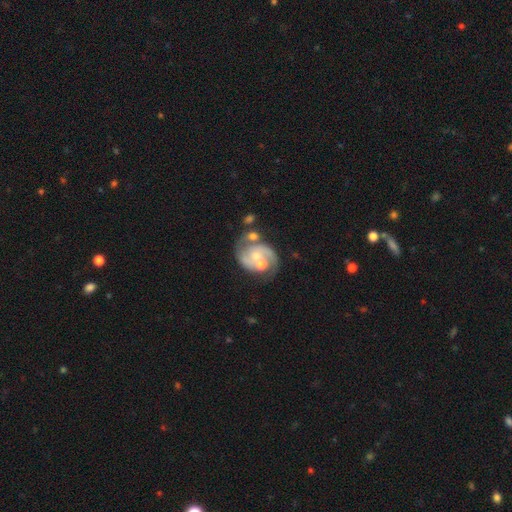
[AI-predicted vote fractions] Smooth or featured? Predicted: featured or disk (p=0.84). Edge-on disk? Predicted: no (p=0.98). Bar? Predicted: no (p=0.63). Spiral arms? Predicted: yes (p=0.93). Spiral winding? Predicted: medium (p=0.53). Spiral arm count? Predicted: 2 (p=0.86). Bulge size? Predicted: moderate (p=0.54). Merging? Predicted: none (p=0.48).